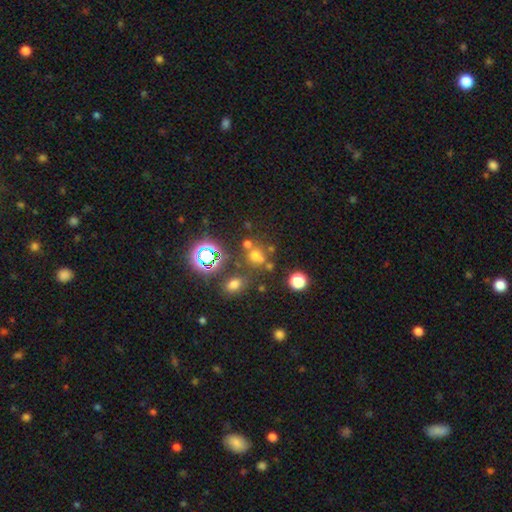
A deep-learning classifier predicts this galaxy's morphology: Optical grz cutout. It shows a smooth galaxy with no disk features (54%) that is round (75%). Merging: none (58%).